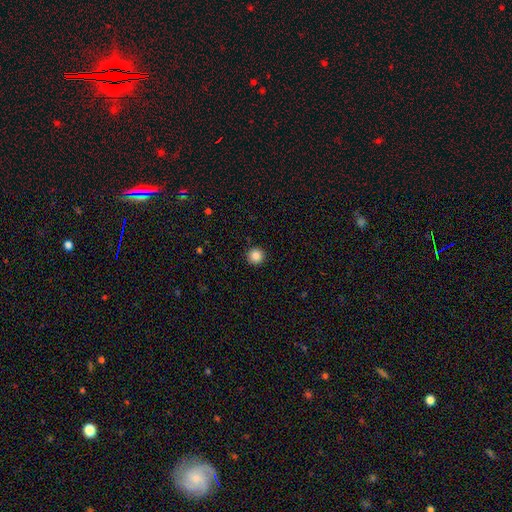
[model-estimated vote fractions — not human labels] A smooth galaxy with no disk features (86%) that is round (96%).

Vote fractions:
- Smooth or featured? smooth: 86% / star or artifact: 10% / featured or disk: 4%
- How rounded? round: 96% / in between: 3% / cigar-shaped: 1%
- Merging? none: 93% / minor disturbance: 5% / major disturbance: 2% / merger: 1%